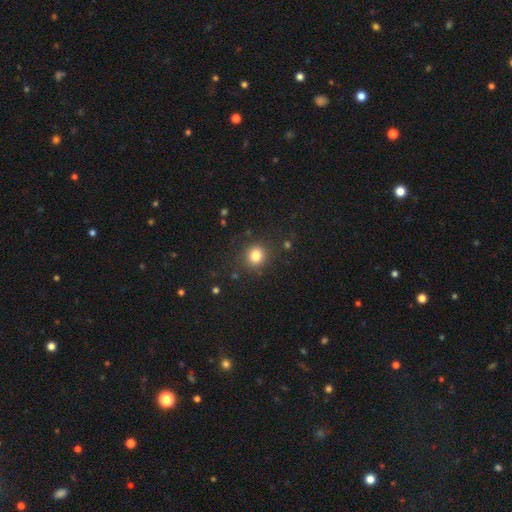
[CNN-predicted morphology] smooth 82%, star or artifact 12%, featured or disk 6%. Down the decision tree: how rounded — round (87%); merging — none (86%).